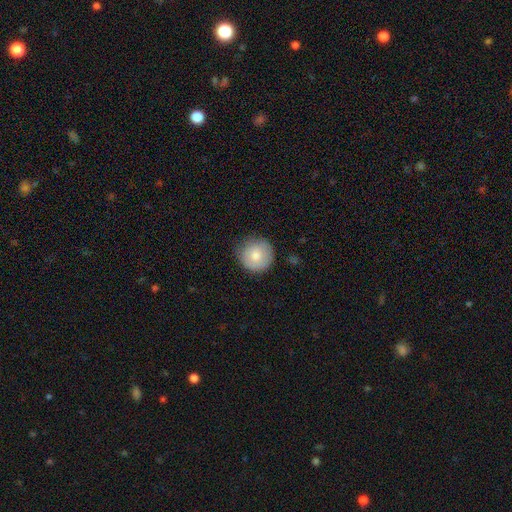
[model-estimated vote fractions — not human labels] Smooth or featured: smooth — 79% (featured or disk — 13%)
How rounded: round — 95% (in between — 4%)
Merging: none — 81% (minor disturbance — 15%)